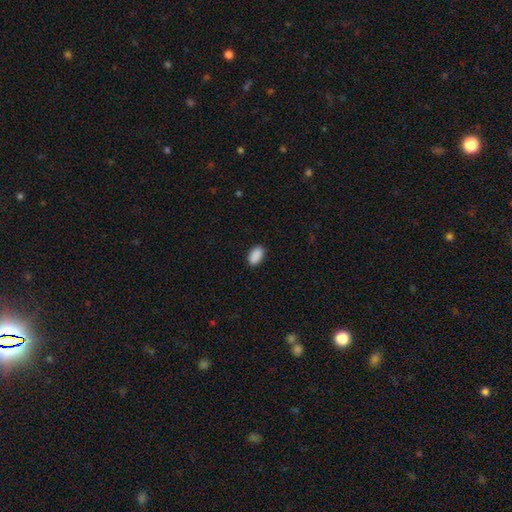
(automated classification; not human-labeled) smooth 90%, star or artifact 7%, featured or disk 2%. Down the decision tree: how rounded — in between (94%); merging — none (89%).